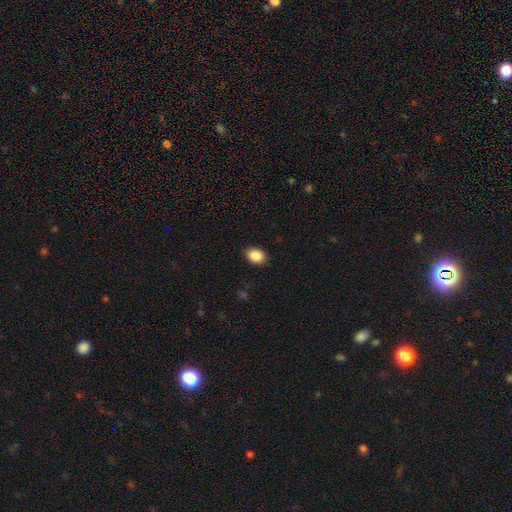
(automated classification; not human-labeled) smooth_or_featured: smooth (p=0.88) [alt: star or artifact p=0.08]
how_rounded: in between (p=0.68) [alt: round p=0.31]
merging: none (p=0.87) [alt: minor disturbance p=0.10]